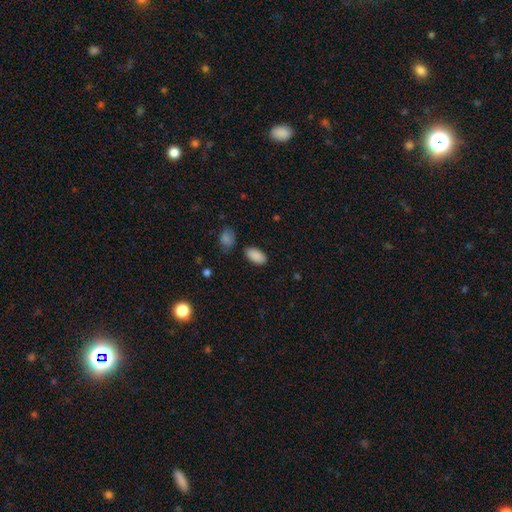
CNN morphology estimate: Smooth or featured?
  - smooth: 89% *
  - star or artifact: 8%
  - featured or disk: 4%
How rounded?
  - in between: 95% *
  - round: 3%
  - cigar-shaped: 2%
Merging?
  - none: 83% *
  - minor disturbance: 11%
  - merger: 3%
  - major disturbance: 3%